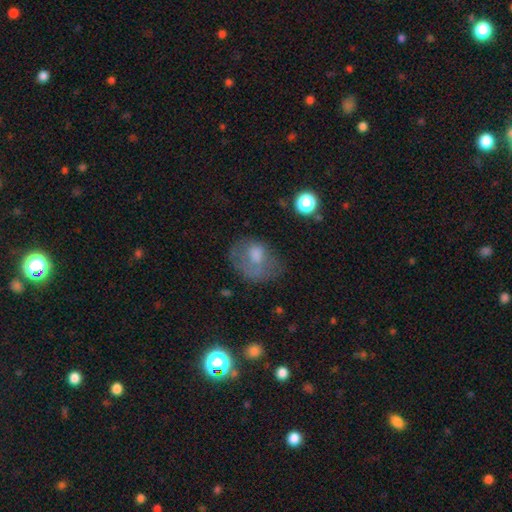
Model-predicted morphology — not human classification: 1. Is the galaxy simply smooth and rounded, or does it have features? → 55% smooth, 32% featured or disk, 14% star or artifact.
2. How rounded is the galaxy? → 58% in between, 41% round, 1% cigar-shaped.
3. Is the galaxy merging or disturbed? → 42% none, 28% major disturbance, 26% minor disturbance, 3% merger.